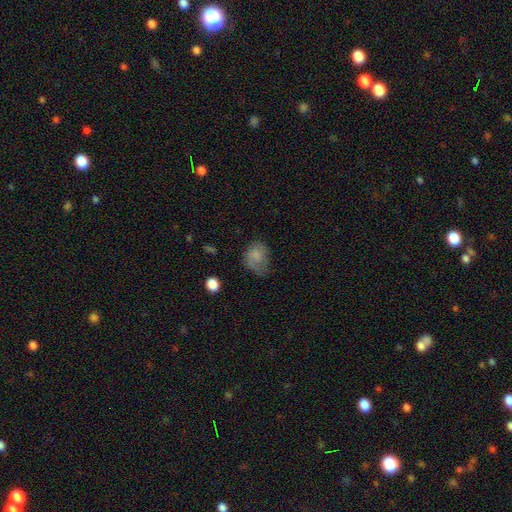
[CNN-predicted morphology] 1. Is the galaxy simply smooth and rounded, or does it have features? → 64% smooth, 25% featured or disk, 10% star or artifact.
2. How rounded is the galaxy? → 64% in between, 35% round, 1% cigar-shaped.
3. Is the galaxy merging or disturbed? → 39% none, 30% minor disturbance, 29% major disturbance, 2% merger.